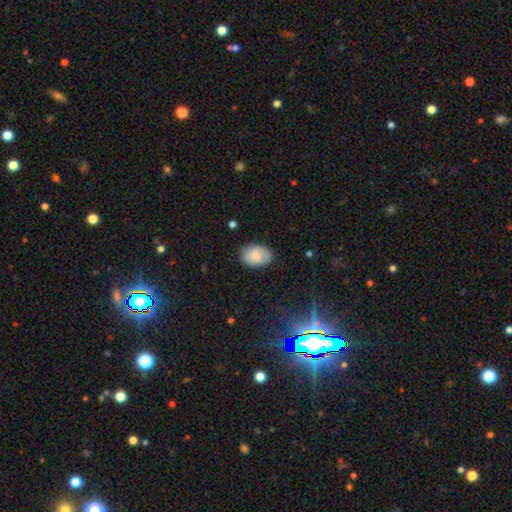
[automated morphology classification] A smooth galaxy with no disk features (71%) that is in between round and cigar-shaped (79%).

Vote fractions:
- Smooth or featured? smooth: 71% / featured or disk: 22% / star or artifact: 8%
- How rounded? in between: 79% / round: 20% / cigar-shaped: 1%
- Merging? none: 80% / minor disturbance: 16% / major disturbance: 3% / merger: 1%